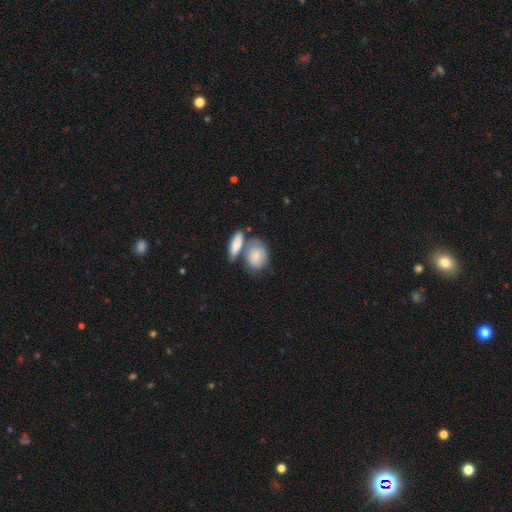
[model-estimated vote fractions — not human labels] The model was most divided on "merging": merger: 42%, none: 37%, minor disturbance: 16%, major disturbance: 6%. More confident: smooth or featured — smooth (78%); how rounded — in between (76%).